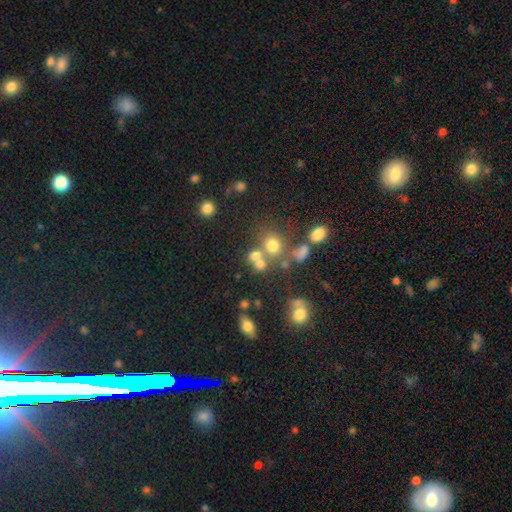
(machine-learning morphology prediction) Smooth or featured: smooth — 65% (star or artifact — 20%)
How rounded: round — 68% (in between — 31%)
Merging: none — 45% (merger — 37%)